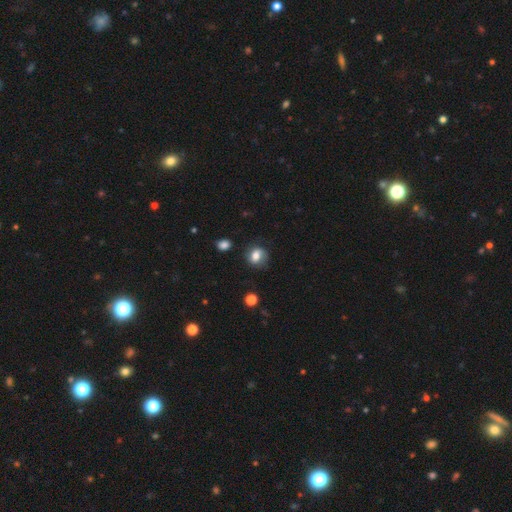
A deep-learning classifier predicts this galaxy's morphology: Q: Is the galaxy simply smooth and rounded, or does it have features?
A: smooth — 65%.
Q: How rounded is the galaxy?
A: round — 58%.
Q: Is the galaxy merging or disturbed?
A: none — 71%.